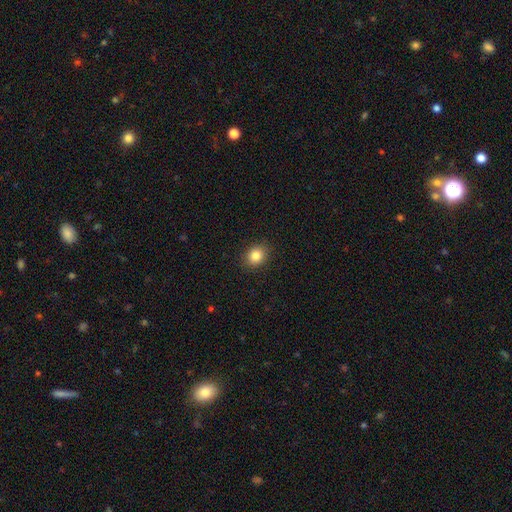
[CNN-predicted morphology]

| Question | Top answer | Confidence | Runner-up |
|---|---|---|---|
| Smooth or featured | smooth | 84% | star or artifact (10%) |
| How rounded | round | 62% | in between (37%) |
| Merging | none | 90% | minor disturbance (7%) |